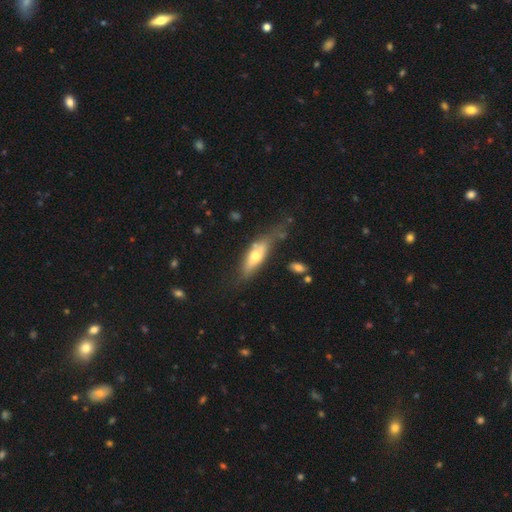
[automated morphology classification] Overall: smooth (52%; featured or disk 42%). How rounded: in between (52%; cigar-shaped 46%). Merging: none (59%; minor disturbance 25%).